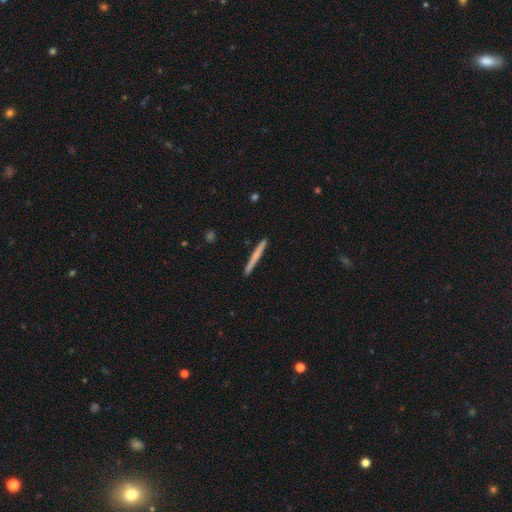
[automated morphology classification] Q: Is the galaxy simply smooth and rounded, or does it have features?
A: smooth — 57%.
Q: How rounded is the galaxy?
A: cigar-shaped — 97%.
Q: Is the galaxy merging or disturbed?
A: none — 91%.